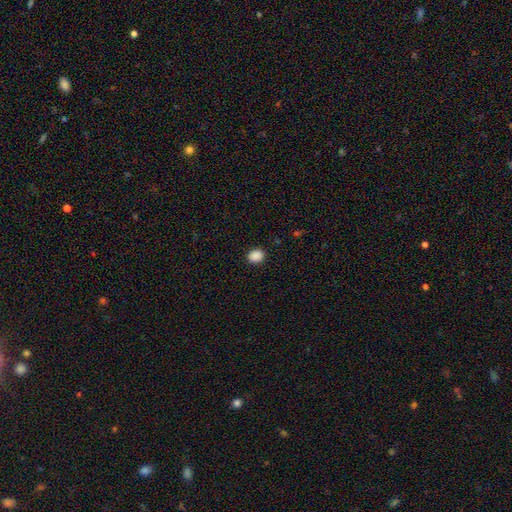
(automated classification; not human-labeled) Overall: smooth (89%). How rounded: round (53%; in between 47%). Merging: none (90%).